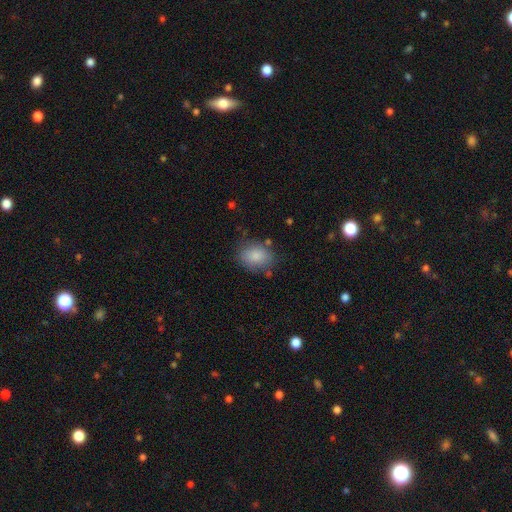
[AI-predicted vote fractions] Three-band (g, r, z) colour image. It shows a smooth galaxy with no disk features (85%) that is in between round and cigar-shaped (69%). Merging: none (73%).